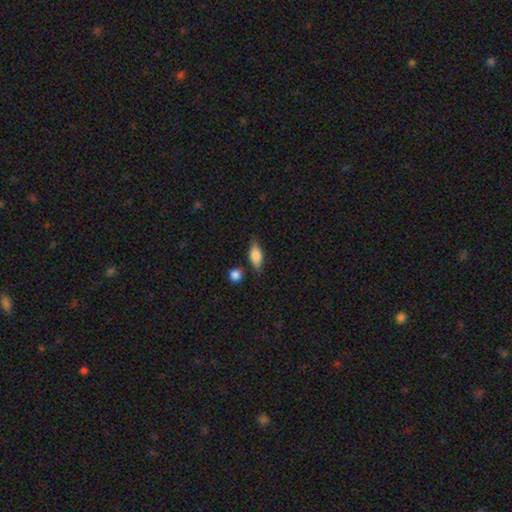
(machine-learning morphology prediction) smooth 74%, featured or disk 19%, star or artifact 7%. Down the decision tree: how rounded — in between (79%); merging — none (74%).